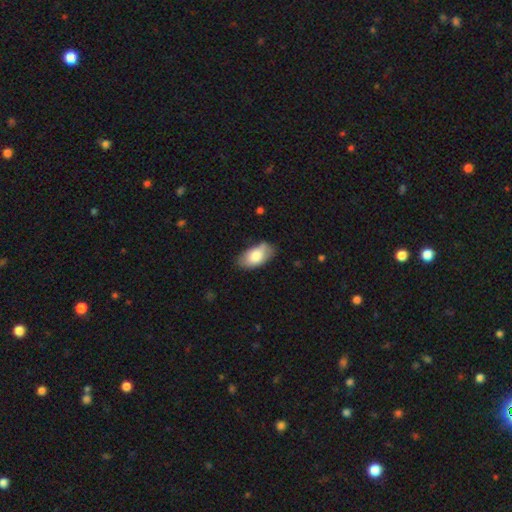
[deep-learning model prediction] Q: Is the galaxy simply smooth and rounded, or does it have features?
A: smooth — 78%.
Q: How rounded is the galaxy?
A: in between — 94%.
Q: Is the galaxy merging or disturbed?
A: none — 69%.